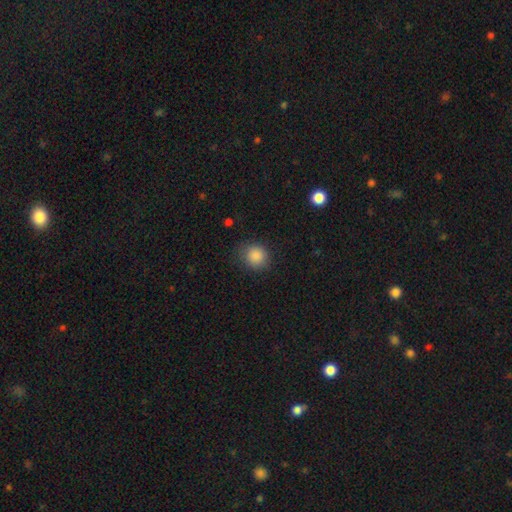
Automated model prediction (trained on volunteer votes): This is clearly a smooth galaxy (87%). How rounded: clearly round (84%). Merging: likely none (78%).